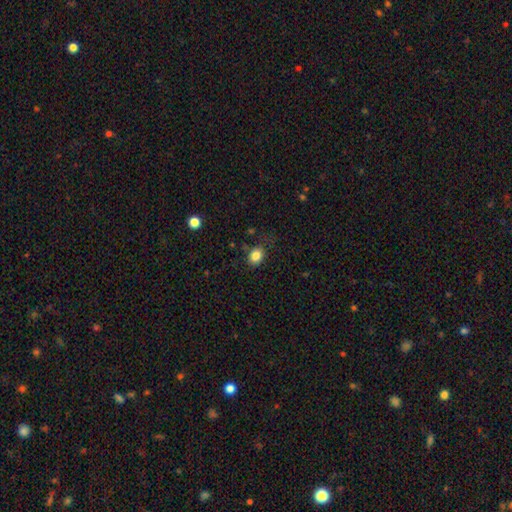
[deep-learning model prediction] Smooth or featured? smooth (84%)
How rounded? in between (55%)
Merging? none (76%)